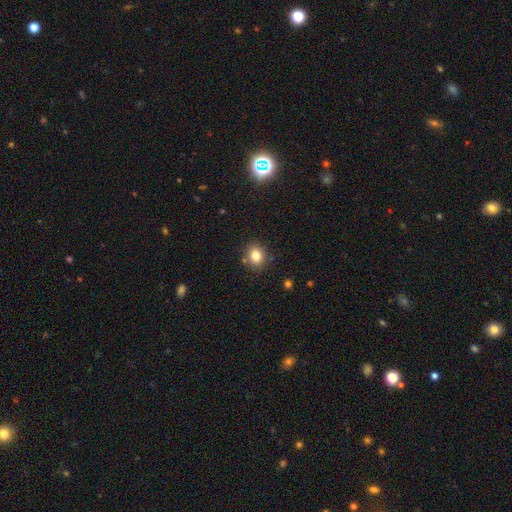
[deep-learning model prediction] Smooth or featured: smooth — 81% (star or artifact — 12%)
How rounded: round — 67% (in between — 32%)
Merging: none — 83% (minor disturbance — 10%)